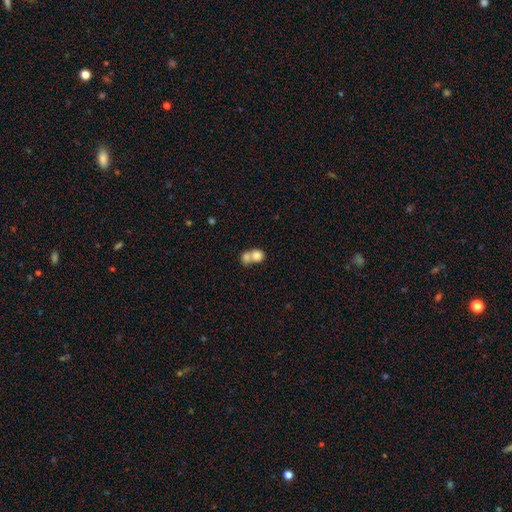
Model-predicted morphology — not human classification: Smooth or featured?
  - smooth: 78% *
  - featured or disk: 14%
  - star or artifact: 8%
How rounded?
  - round: 64% *
  - in between: 35%
  - cigar-shaped: 1%
Merging?
  - merger: 70% *
  - none: 21%
  - minor disturbance: 5%
  - major disturbance: 4%